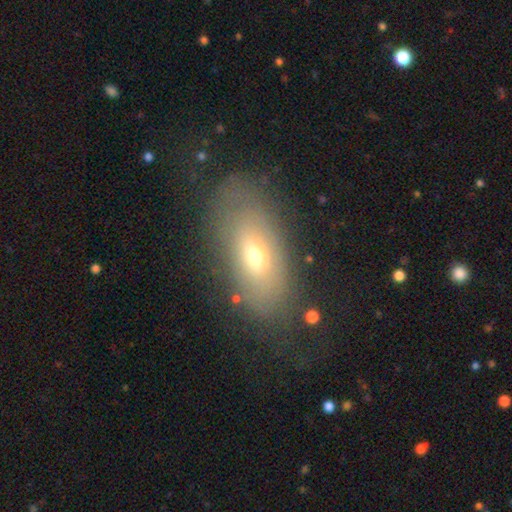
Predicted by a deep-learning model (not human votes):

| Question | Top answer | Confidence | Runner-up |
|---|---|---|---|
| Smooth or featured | smooth | 58% | featured or disk (29%) |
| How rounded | in between | 83% | cigar-shaped (11%) |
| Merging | none | 70% | minor disturbance (18%) |